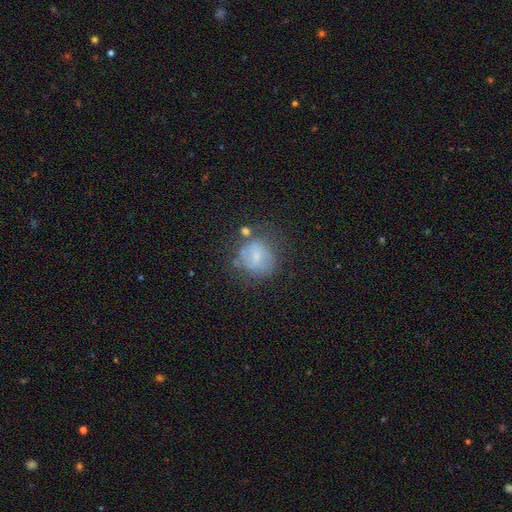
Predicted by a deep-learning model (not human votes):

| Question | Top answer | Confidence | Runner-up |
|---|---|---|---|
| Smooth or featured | smooth | 56% | featured or disk (34%) |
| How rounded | round | 77% | in between (22%) |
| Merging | none | 52% | minor disturbance (24%) |